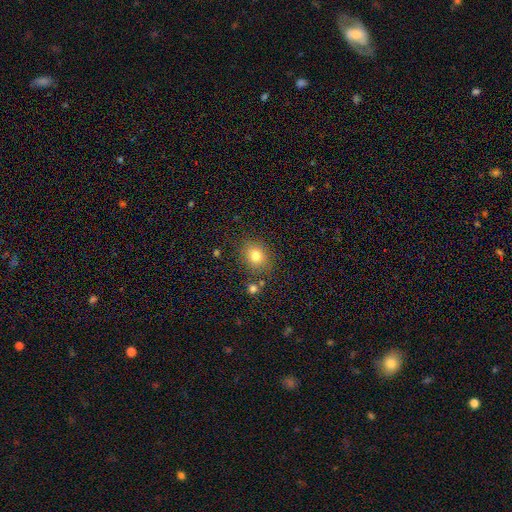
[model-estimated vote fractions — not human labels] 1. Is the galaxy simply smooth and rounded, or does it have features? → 79% smooth, 12% star or artifact, 9% featured or disk.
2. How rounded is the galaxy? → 62% round, 37% in between, 1% cigar-shaped.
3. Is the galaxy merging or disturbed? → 81% none, 11% minor disturbance, 4% merger, 3% major disturbance.